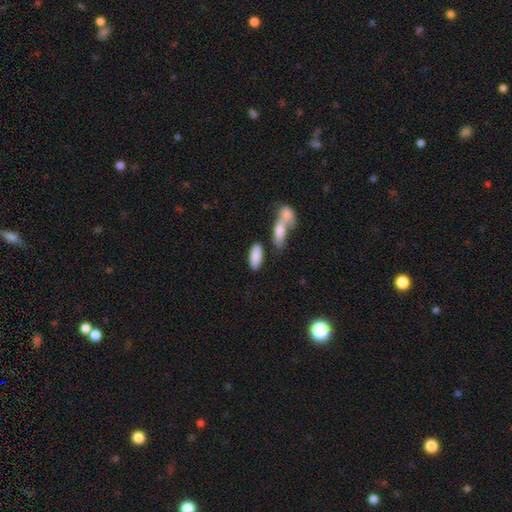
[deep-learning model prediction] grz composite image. It shows a smooth galaxy with no disk features (86%) that is in between round and cigar-shaped (87%). Merging: none (62%).